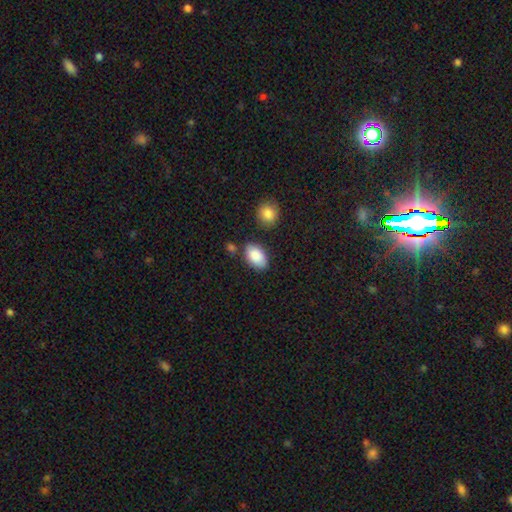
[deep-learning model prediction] smooth-or-featured: smooth: 88% | star or artifact: 6% | featured or disk: 6%
  how-rounded: in between: 92% | round: 7% | cigar-shaped: 1%
  merging: none: 76% | minor disturbance: 15% | merger: 6% | major disturbance: 3%